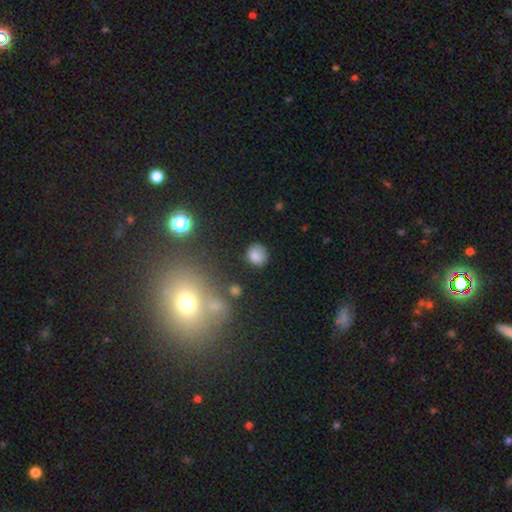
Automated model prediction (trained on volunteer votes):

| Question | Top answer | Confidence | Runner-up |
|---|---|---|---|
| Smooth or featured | smooth | 79% | star or artifact (12%) |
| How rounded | round | 77% | in between (22%) |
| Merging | none | 70% | minor disturbance (20%) |